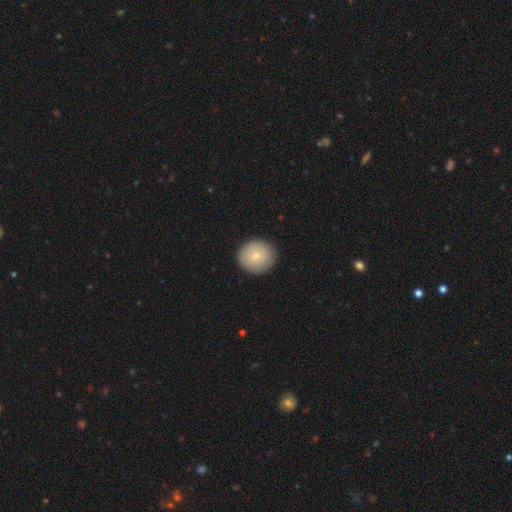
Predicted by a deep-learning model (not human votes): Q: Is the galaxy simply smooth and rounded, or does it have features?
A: smooth — 79%.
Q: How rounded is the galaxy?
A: round — 88%.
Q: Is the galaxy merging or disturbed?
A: none — 89%.